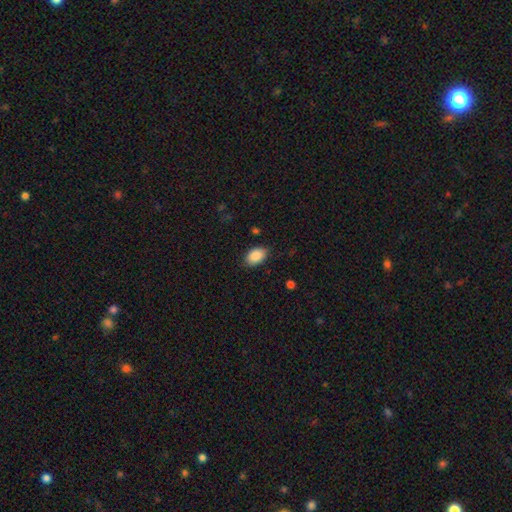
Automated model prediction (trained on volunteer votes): smooth_or_featured: smooth (p=0.89) [alt: star or artifact p=0.07]
how_rounded: in between (p=0.89) [alt: round p=0.10]
merging: none (p=0.84) [alt: minor disturbance p=0.12]